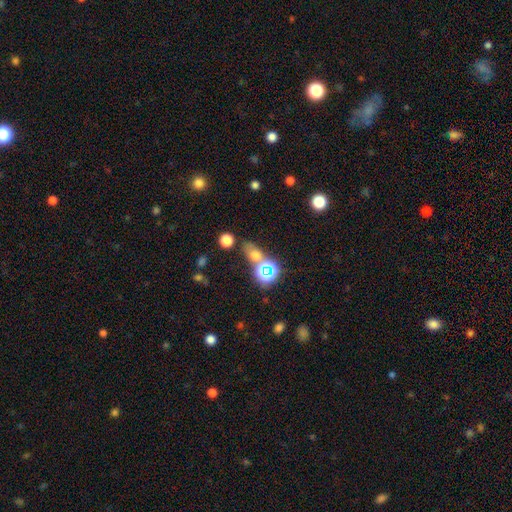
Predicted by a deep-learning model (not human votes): Smooth or featured: smooth — 55% (star or artifact — 34%)
How rounded: in between — 56% (round — 39%)
Merging: none — 58% (merger — 22%)